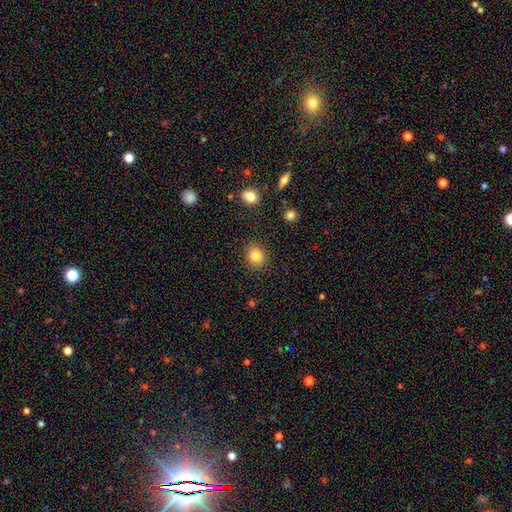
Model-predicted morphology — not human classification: Smooth or featured? smooth (83%)
How rounded? round (74%)
Merging? none (87%)